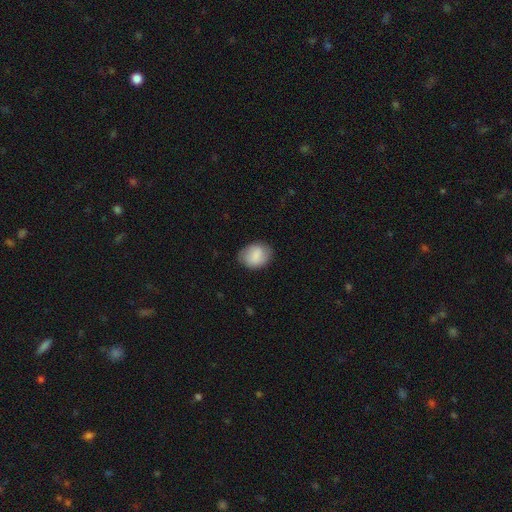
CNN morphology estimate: A smooth galaxy with no disk features (82%) that is in between round and cigar-shaped (63%). Merging: none (77%).